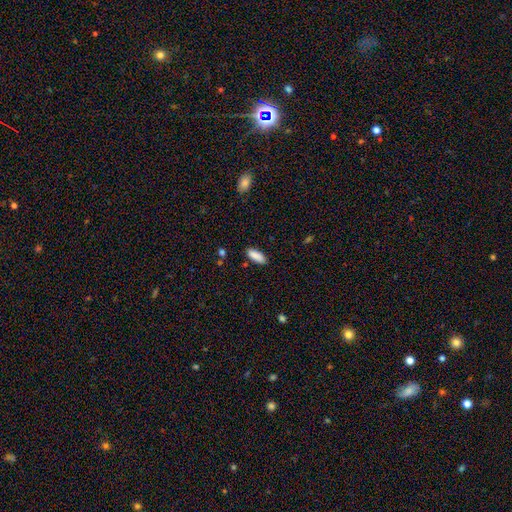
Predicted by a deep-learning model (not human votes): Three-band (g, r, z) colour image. It shows a smooth galaxy with no disk features (89%) that is in between round and cigar-shaped (75%). Merging: none (86%).